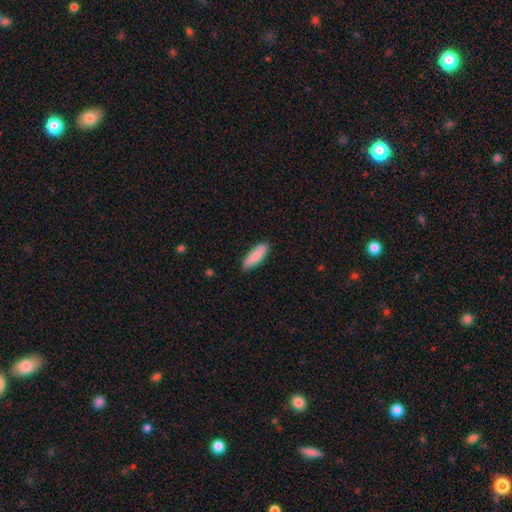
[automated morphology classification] The model was most divided on "how rounded": in between: 54%, cigar-shaped: 44%, round: 2%. More confident: smooth or featured — smooth (86%); merging — none (85%).